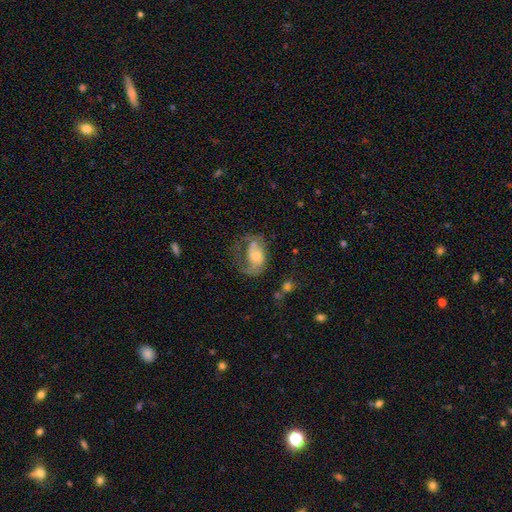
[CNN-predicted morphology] Overall: featured or disk (64%; smooth 28%). Edge-on disk: no (97%). Bar: no (63%; weak 30%). Spiral arms: yes (80%). Bulge size: moderate (49%; small 39%). Merging: major disturbance (40%; none 34%).